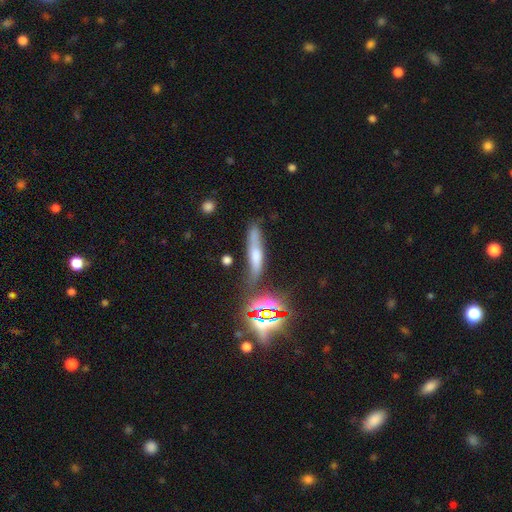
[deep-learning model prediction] smooth_or_featured: smooth (p=0.42) [alt: featured or disk p=0.34]
merging: none (p=0.67) [alt: minor disturbance p=0.20]